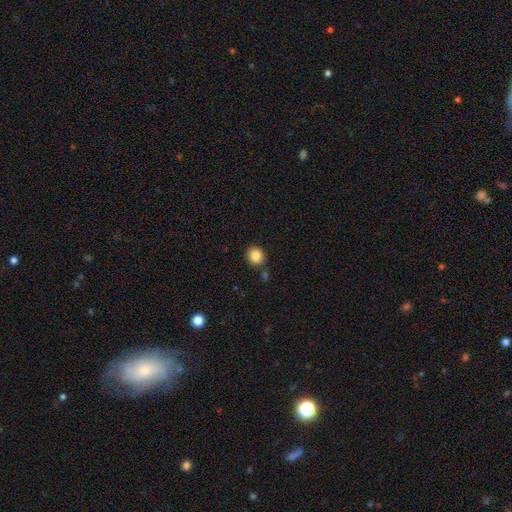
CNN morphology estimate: This is clearly a smooth galaxy (86%). How rounded: clearly round (82%). Merging: clearly none (82%).